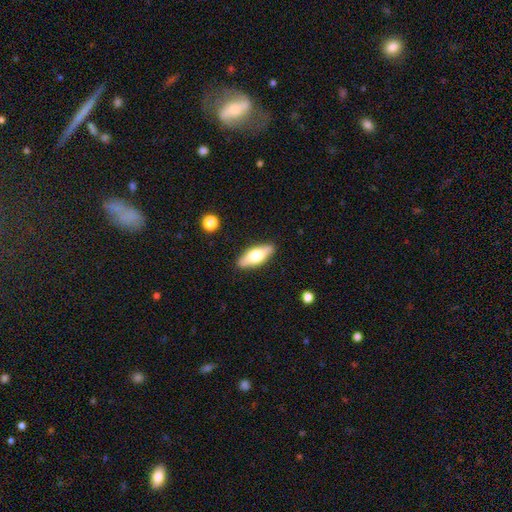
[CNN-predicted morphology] A smooth galaxy with no disk features (59%) that is in between round and cigar-shaped (70%).

Vote fractions:
- Smooth or featured? smooth: 59% / featured or disk: 35% / star or artifact: 6%
- How rounded? in between: 70% / cigar-shaped: 27% / round: 2%
- Merging? none: 88% / minor disturbance: 9% / major disturbance: 2% / merger: 1%